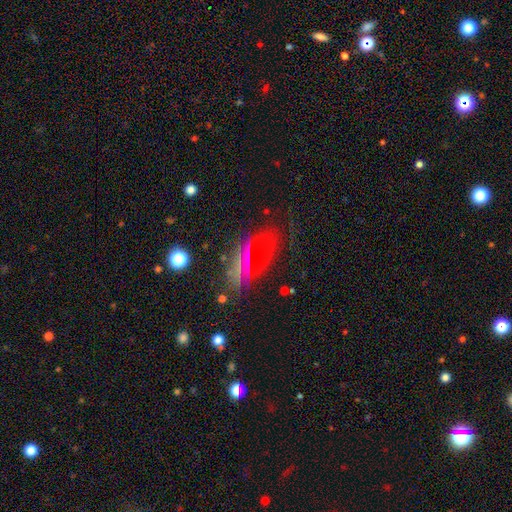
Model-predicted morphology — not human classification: A smooth galaxy with no disk features (53%) that is in between round and cigar-shaped (76%). Merging: none (74%).